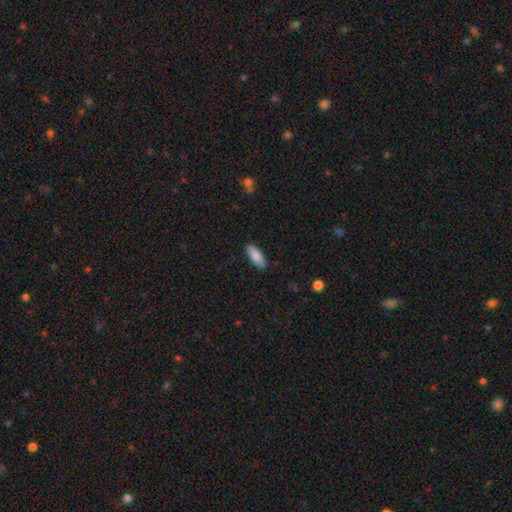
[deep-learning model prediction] Overall: smooth (86%). How rounded: in between (74%). Merging: none (88%).